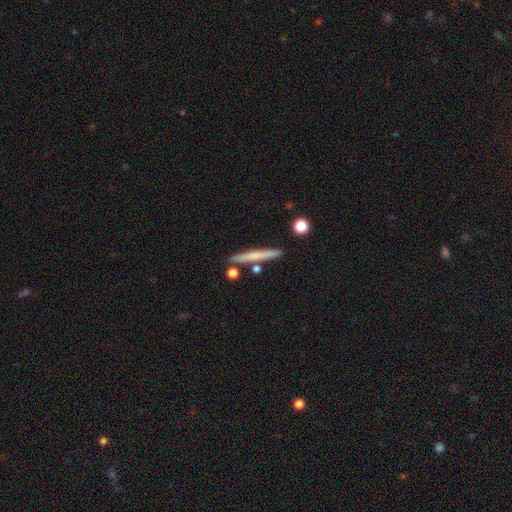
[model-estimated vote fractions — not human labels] Q: Smooth or featured?
A: smooth (57%); runner-up: featured or disk (37%)
Q: How rounded?
A: cigar-shaped (95%); runner-up: in between (3%)
Q: Merging?
A: none (85%); runner-up: minor disturbance (8%)